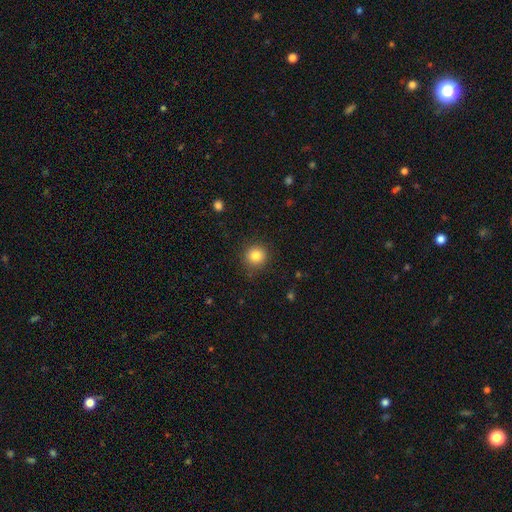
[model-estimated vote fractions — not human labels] Smooth or featured: smooth — 83% (star or artifact — 11%)
How rounded: round — 92% (in between — 7%)
Merging: none — 88% (minor disturbance — 8%)